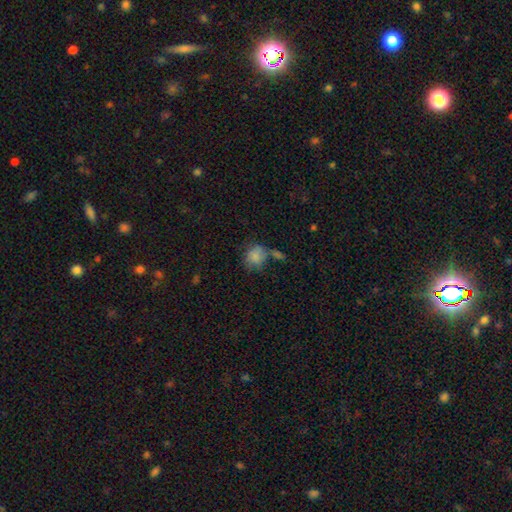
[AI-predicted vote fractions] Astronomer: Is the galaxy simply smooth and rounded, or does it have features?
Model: smooth — 80%.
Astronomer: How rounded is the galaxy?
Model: round — 61% (runner-up: in between, 38%).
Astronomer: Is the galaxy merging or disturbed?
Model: none — 43% (runner-up: merger, 23%).